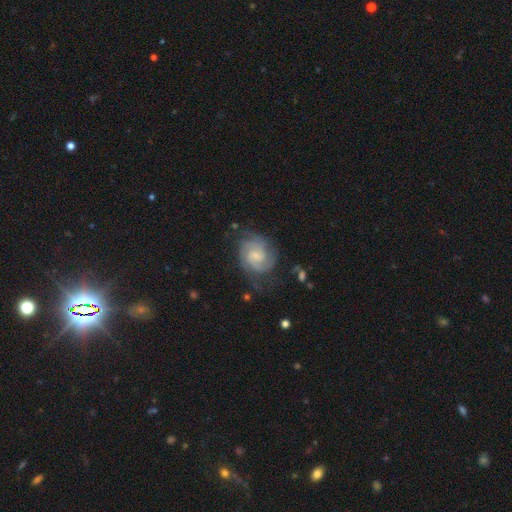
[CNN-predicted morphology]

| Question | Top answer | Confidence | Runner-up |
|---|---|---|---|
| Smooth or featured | featured or disk | 85% | smooth (10%) |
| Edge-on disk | no | 98% | yes (2%) |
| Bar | weak | 52% | no (40%) |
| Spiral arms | yes | 97% | no (3%) |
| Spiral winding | tight | 57% | medium (36%) |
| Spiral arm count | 2 | 59% | 3 (15%) |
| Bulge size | small | 58% | moderate (26%) |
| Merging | none | 69% | minor disturbance (20%) |